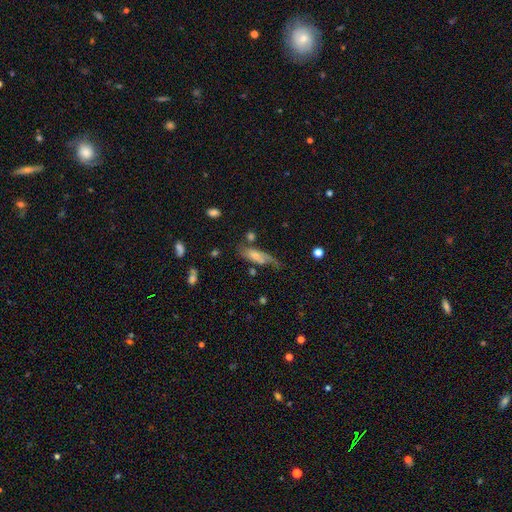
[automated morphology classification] Q: Smooth or featured?
A: featured or disk (47%); runner-up: smooth (42%)
Q: Merging?
A: none (42%); runner-up: minor disturbance (28%)